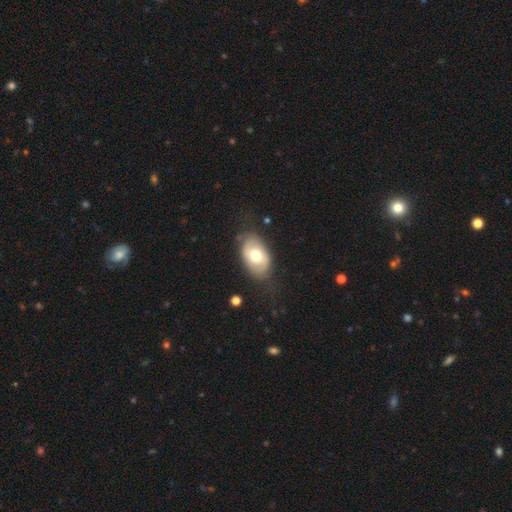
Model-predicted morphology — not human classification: Smooth or featured? smooth (61%)
How rounded? in between (89%)
Merging? none (71%)